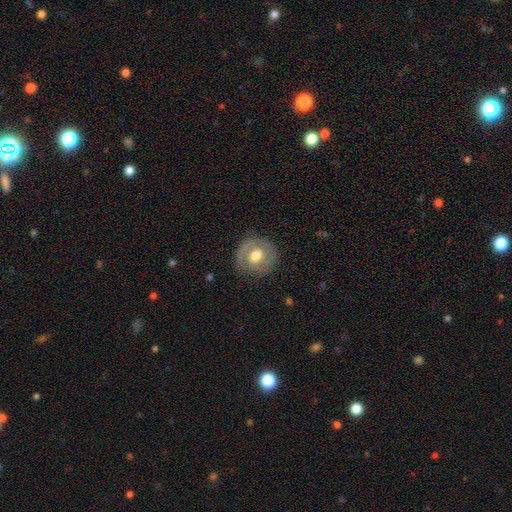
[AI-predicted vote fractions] A featured or disk galaxy (58%) with no bar (52%), spiral arms (65%) and a moderate central bulge (68%).

Vote fractions:
- Smooth or featured? featured or disk: 58% / smooth: 35% / star or artifact: 6%
- Edge-on disk? no: 96% / yes: 4%
- Bar? no: 52% / weak: 38% / strong: 10%
- Spiral arms? yes: 65% / no: 35%
- Bulge size? moderate: 68% / large: 20% / small: 9% / dominant: 1% / none: 1%
- Merging? none: 80% / minor disturbance: 13% / major disturbance: 6% / merger: 1%